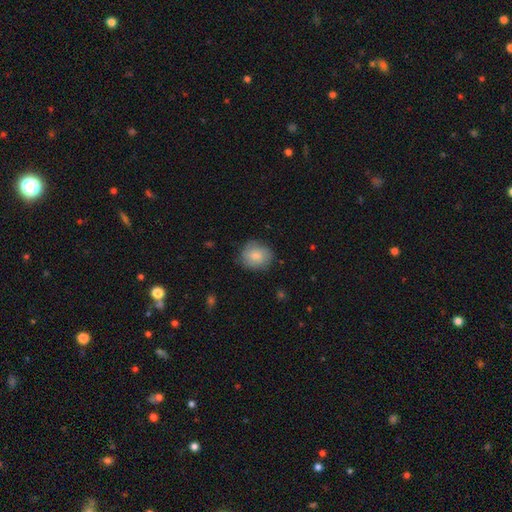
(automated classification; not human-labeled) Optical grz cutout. It shows a smooth galaxy with no disk features (71%) that is round (69%). Merging: none (76%).